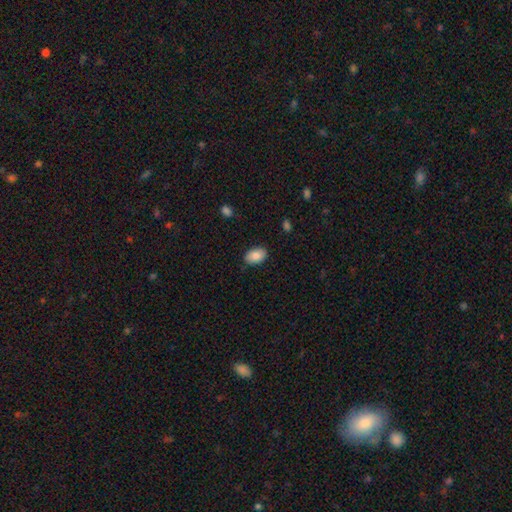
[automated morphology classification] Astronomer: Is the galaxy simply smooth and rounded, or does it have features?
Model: smooth — 82%.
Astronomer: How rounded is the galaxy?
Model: in between — 90%.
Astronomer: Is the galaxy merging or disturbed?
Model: none — 85%.